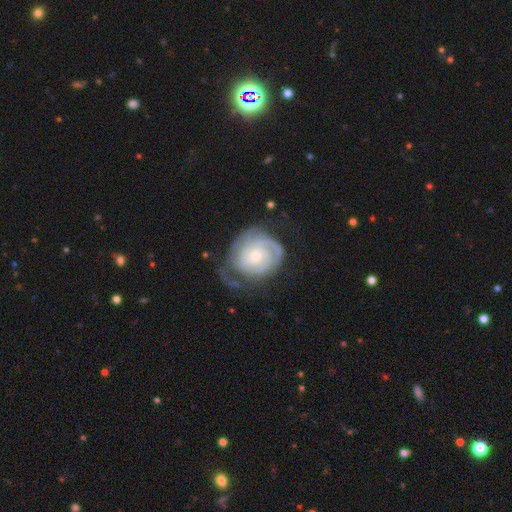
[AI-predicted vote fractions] Smooth or featured?
  - featured or disk: 81% *
  - smooth: 14%
  - star or artifact: 5%
Edge-on disk?
  - no: 98% *
  - yes: 2%
Bar?
  - no: 75% *
  - weak: 21%
  - strong: 4%
Spiral arms?
  - yes: 94% *
  - no: 6%
Spiral winding?
  - tight: 71% *
  - medium: 22%
  - loose: 6%
Spiral arm count?
  - can't tell: 35% *
  - 2: 30%
  - 3: 17%
  - 1: 8%
  - 4: 6%
  - more than 4: 4%
Bulge size?
  - small: 58% *
  - moderate: 34%
  - large: 4%
  - none: 3%
  - dominant: 1%
Merging?
  - none: 53% *
  - minor disturbance: 25%
  - major disturbance: 20%
  - merger: 2%